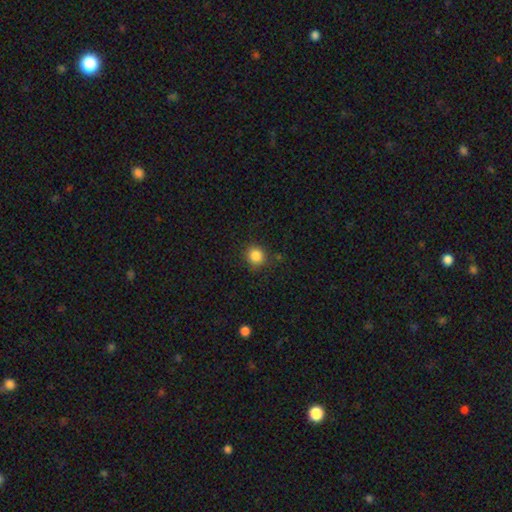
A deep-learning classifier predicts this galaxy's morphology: type=smooth (85%); roundness=round (86%); merging=none (84%).